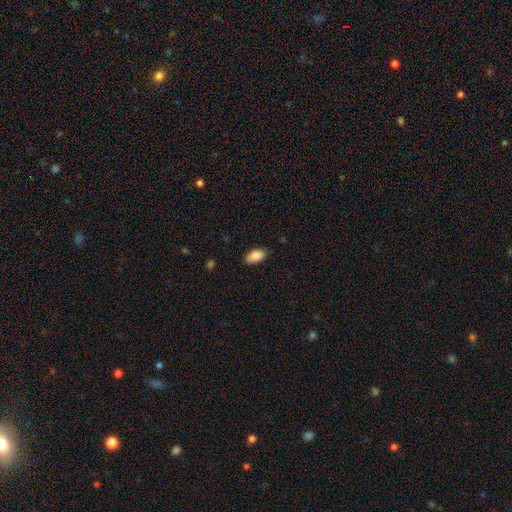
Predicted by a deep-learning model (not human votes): This is clearly a smooth galaxy (88%). How rounded: clearly in between (94%). Merging: clearly none (85%).